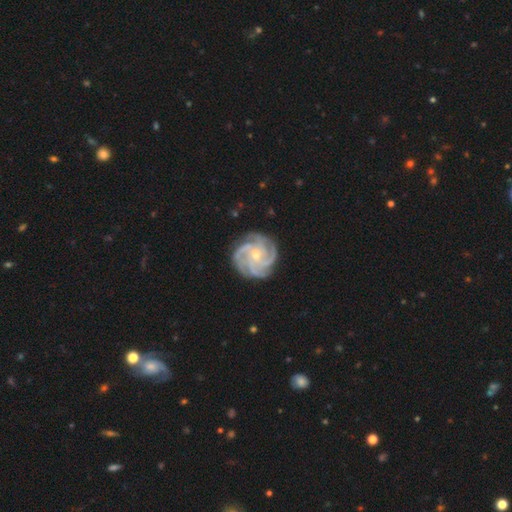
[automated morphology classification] type=featured or disk (89%); edge-on=no (98%); bar=no (69%); spiral arms=yes (98%); winding=tight (64%); arm count=4 (41%); bulge=small (54%); merging=none (81%).